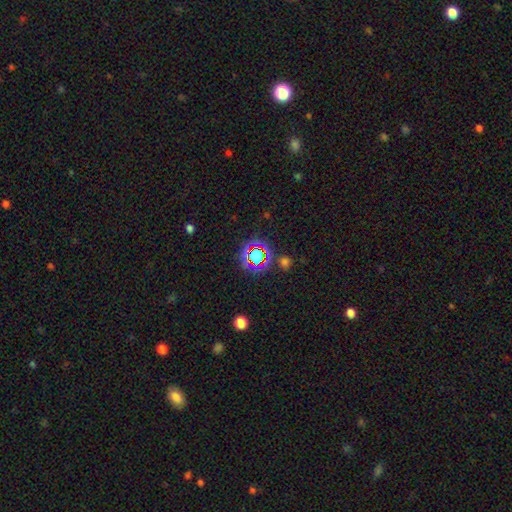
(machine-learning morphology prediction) type=star or artifact (63%).